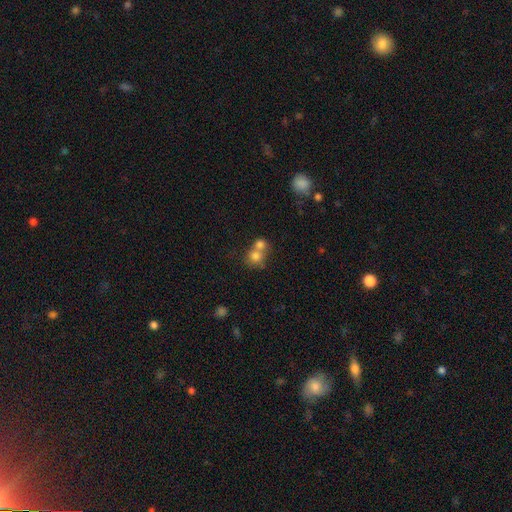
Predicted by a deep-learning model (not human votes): A smooth galaxy with no disk features (77%) that is round (81%).

Vote fractions:
- Smooth or featured? smooth: 77% / featured or disk: 12% / star or artifact: 11%
- How rounded? round: 81% / in between: 18% / cigar-shaped: 1%
- Merging? merger: 57% / none: 35% / minor disturbance: 6% / major disturbance: 3%